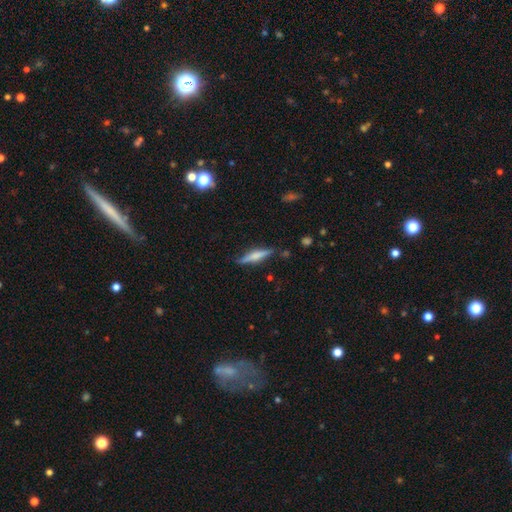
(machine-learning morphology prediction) type=smooth (47%); merging=none (84%).